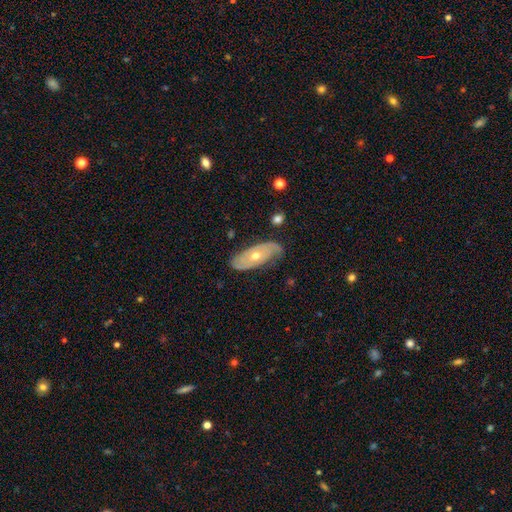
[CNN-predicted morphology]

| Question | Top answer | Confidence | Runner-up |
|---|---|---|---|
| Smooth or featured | featured or disk | 71% | smooth (23%) |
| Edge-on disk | no | 86% | yes (14%) |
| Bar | no | 82% | weak (14%) |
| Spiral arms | yes | 74% | no (26%) |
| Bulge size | moderate | 57% | small (40%) |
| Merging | none | 75% | minor disturbance (19%) |